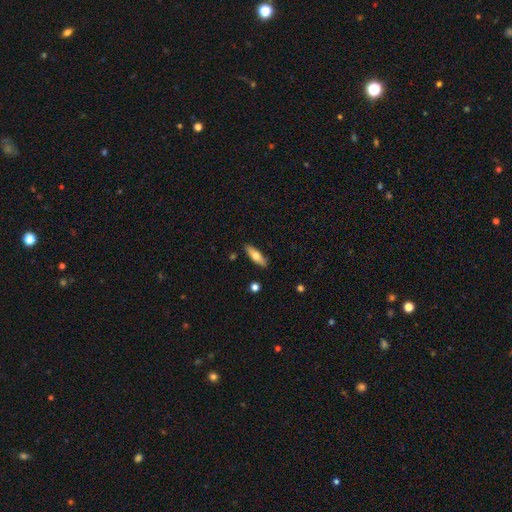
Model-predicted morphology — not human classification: smooth-or-featured: smooth: 62% | featured or disk: 31% | star or artifact: 6%
  how-rounded: cigar-shaped: 51% | in between: 47% | round: 3%
  merging: none: 88% | minor disturbance: 9% | major disturbance: 2% | merger: 2%